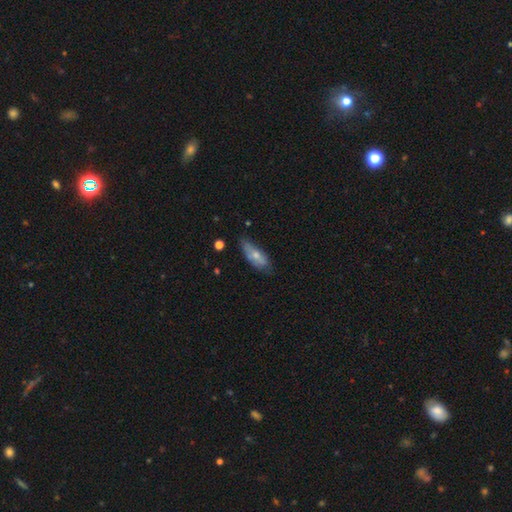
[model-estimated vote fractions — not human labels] Smooth or featured? smooth (63%)
How rounded? in between (74%)
Merging? none (52%)